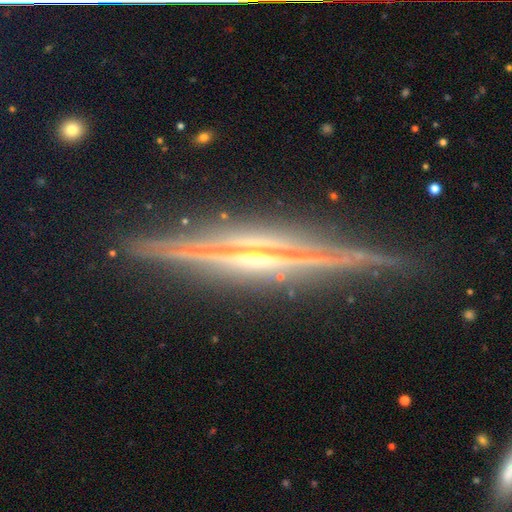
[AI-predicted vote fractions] featured or disk 83%, star or artifact 10%, smooth 7%. Down the decision tree: edge-on disk — yes (95%); edge-on bulge — rounded (73%); merging — none (86%).